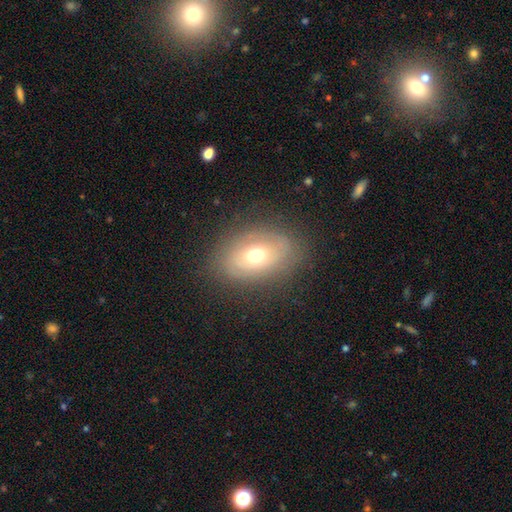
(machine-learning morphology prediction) Smooth or featured? Predicted: featured or disk (p=0.47). Merging? Predicted: none (p=0.78).